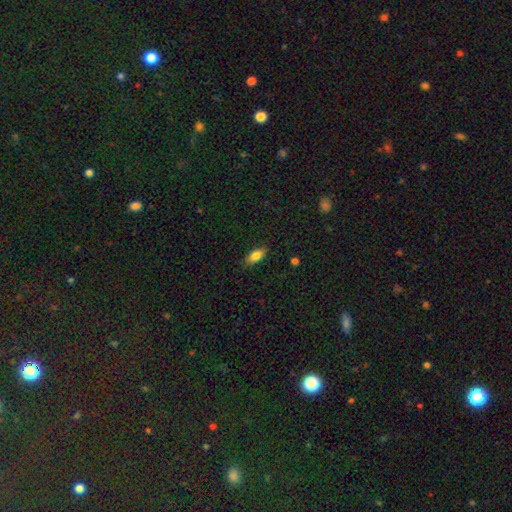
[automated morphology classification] type=smooth (79%); roundness=in between (82%); merging=none (86%).